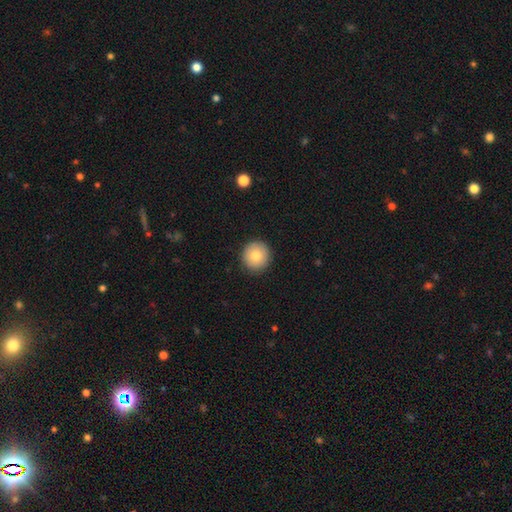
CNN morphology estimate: type=smooth (81%); roundness=round (94%); merging=none (92%).